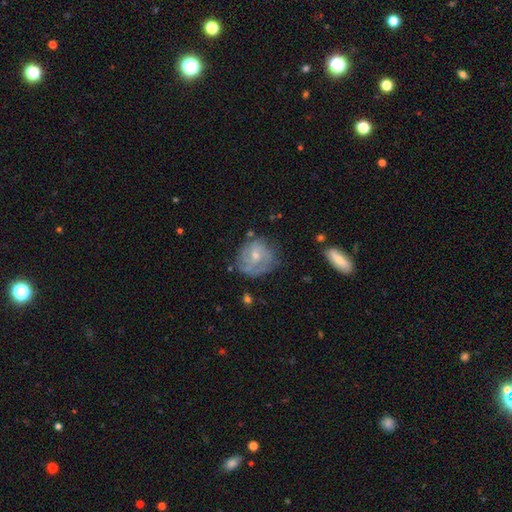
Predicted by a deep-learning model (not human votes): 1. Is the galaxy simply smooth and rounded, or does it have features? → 71% featured or disk, 22% smooth, 7% star or artifact.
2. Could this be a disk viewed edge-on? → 97% no, 3% yes.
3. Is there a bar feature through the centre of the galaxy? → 64% no, 32% weak, 4% strong.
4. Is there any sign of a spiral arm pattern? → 84% yes, 16% no.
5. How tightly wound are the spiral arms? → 57% tight, 32% medium, 11% loose.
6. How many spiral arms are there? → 37% can't tell, 28% 2, 19% 3, 6% 1, 6% 4, 4% more than 4.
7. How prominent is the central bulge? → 48% small, 45% moderate, 3% none, 2% large, 1% dominant.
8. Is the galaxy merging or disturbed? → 65% none, 22% minor disturbance, 10% major disturbance, 3% merger.